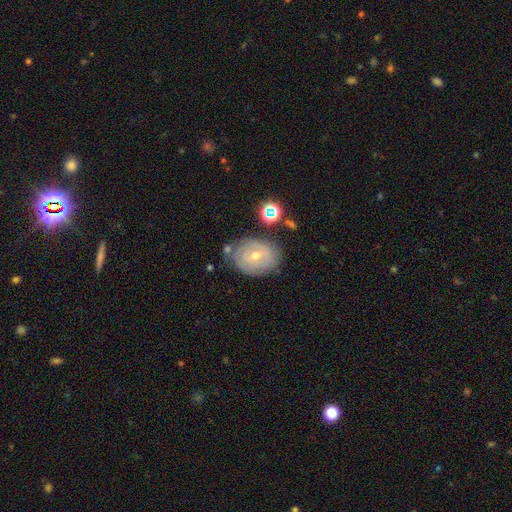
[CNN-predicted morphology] featured or disk 65%, smooth 25%, star or artifact 10%. Down the decision tree: edge-on disk — no (95%); bar — no (61%); spiral arms — yes (79%); bulge size — small (52%); merging — none (70%).